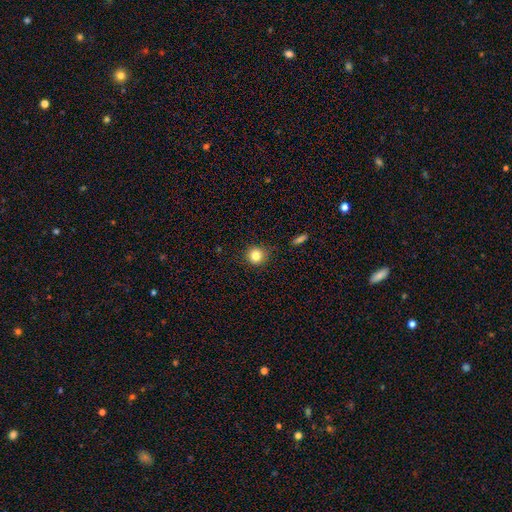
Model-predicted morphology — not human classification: A smooth galaxy with no disk features (83%) that is round (90%). Merging: none (87%).